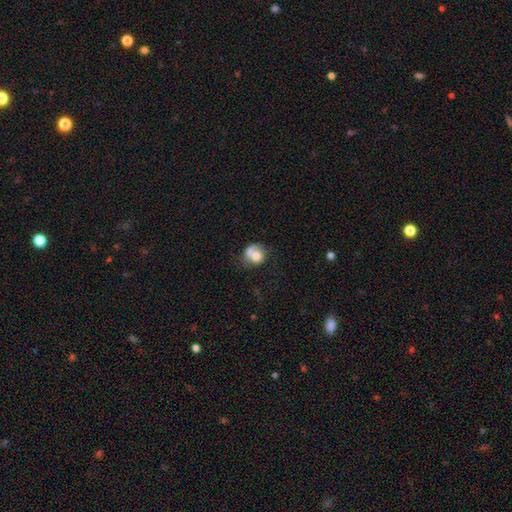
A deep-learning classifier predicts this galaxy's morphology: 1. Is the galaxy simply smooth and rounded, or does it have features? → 66% smooth, 26% featured or disk, 9% star or artifact.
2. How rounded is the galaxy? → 71% round, 28% in between, 1% cigar-shaped.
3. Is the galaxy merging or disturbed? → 46% merger, 28% none, 14% minor disturbance, 12% major disturbance.